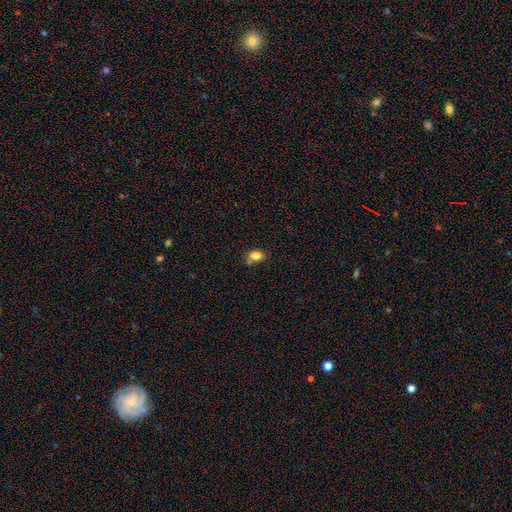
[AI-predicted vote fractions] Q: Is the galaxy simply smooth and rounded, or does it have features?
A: smooth — 82%.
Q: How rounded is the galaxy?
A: in between — 71%.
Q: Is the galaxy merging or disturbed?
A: none — 62%.